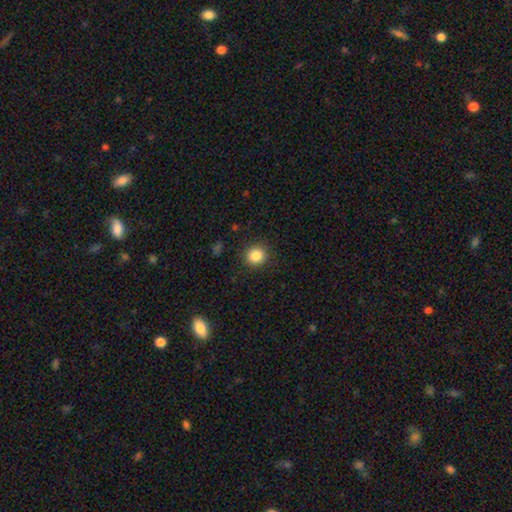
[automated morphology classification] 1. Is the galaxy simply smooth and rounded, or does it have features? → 85% smooth, 10% star or artifact, 5% featured or disk.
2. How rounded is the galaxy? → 88% round, 11% in between, 1% cigar-shaped.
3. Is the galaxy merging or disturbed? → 90% none, 7% minor disturbance, 2% major disturbance, 1% merger.